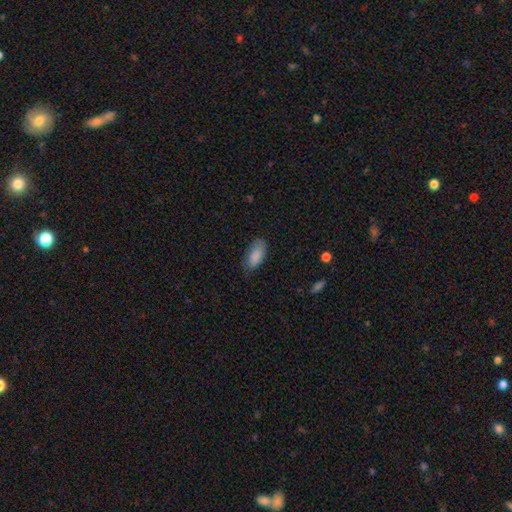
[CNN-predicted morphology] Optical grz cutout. It shows a smooth galaxy with no disk features (86%) that is in between round and cigar-shaped (90%). Merging: none (67%).